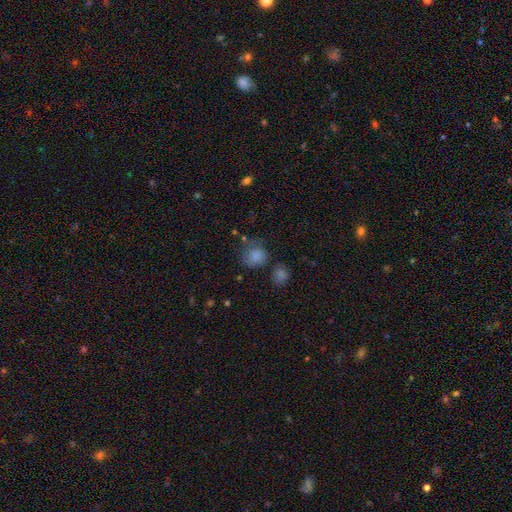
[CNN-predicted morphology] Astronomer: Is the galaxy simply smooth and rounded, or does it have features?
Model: smooth — 81%.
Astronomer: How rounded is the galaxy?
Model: round — 77%.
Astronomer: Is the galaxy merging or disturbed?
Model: none — 53%.